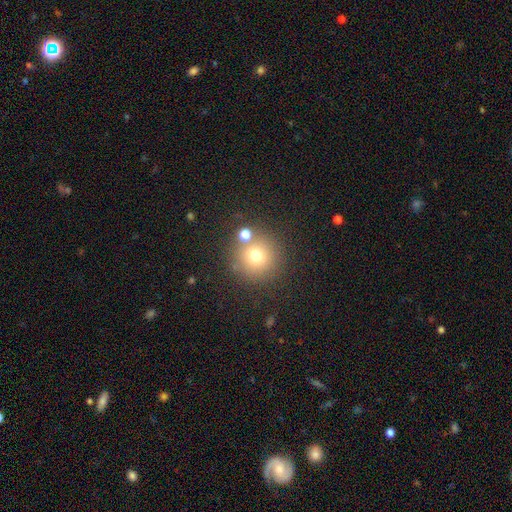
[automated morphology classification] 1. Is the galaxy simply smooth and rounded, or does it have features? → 72% smooth, 17% star or artifact, 12% featured or disk.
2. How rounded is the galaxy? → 94% round, 5% in between, 1% cigar-shaped.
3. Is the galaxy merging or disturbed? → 77% none, 11% merger, 8% minor disturbance, 4% major disturbance.